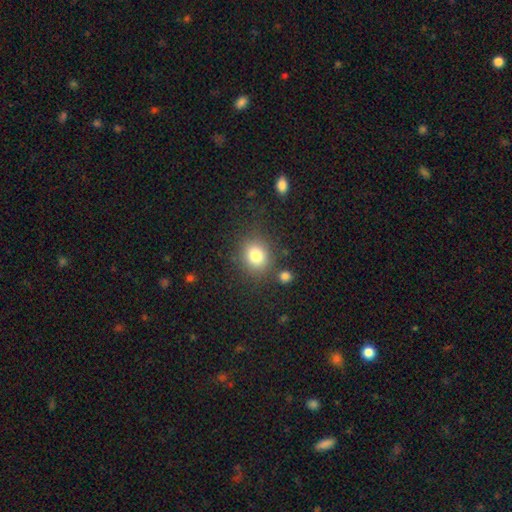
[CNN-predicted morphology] Overall: smooth (81%). How rounded: round (76%). Merging: none (80%).